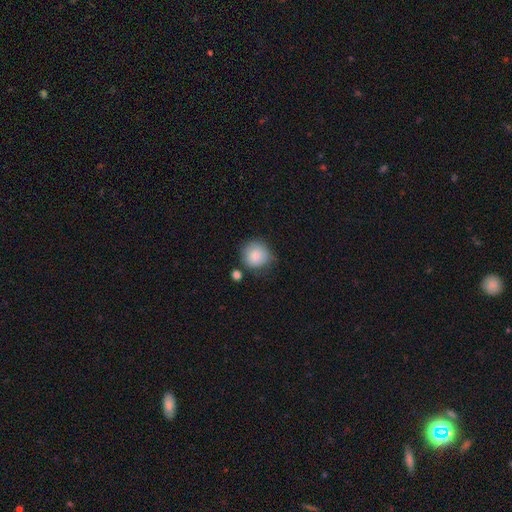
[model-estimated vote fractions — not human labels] Smooth or featured: smooth — 84% (star or artifact — 8%)
How rounded: round — 91% (in between — 8%)
Merging: none — 66% (minor disturbance — 21%)